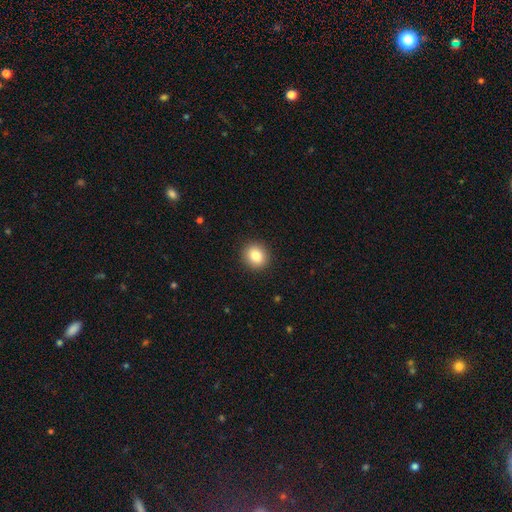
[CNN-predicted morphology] Q: Smooth or featured?
A: smooth (84%); runner-up: star or artifact (9%)
Q: How rounded?
A: round (81%); runner-up: in between (18%)
Q: Merging?
A: none (91%); runner-up: minor disturbance (6%)